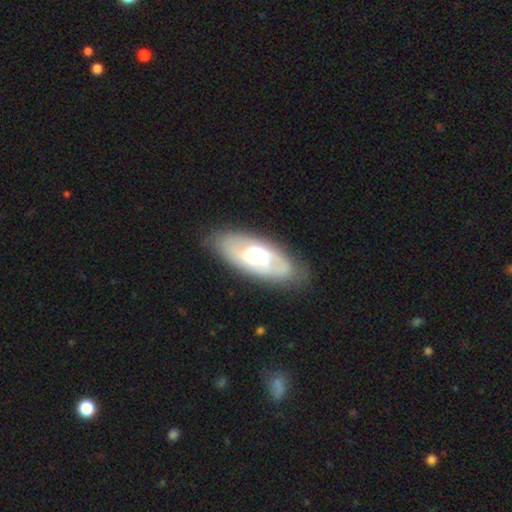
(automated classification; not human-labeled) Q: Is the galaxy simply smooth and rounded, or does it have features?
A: featured or disk — 62%.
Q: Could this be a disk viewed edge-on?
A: no — 88%.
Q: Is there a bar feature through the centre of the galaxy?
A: no — 56%.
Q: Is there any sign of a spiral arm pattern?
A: yes — 79%.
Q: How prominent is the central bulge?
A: moderate — 58%.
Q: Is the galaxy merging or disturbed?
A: none — 79%.